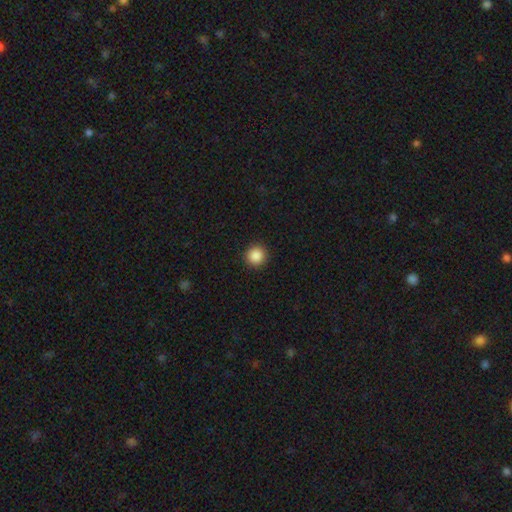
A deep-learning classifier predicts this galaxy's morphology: Overall: smooth (88%). How rounded: round (96%). Merging: none (93%).